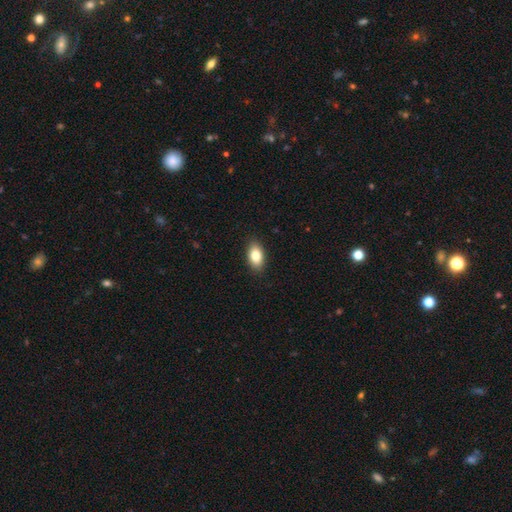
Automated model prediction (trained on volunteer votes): smooth 83%, featured or disk 10%, star or artifact 8%. Down the decision tree: how rounded — in between (91%); merging — none (88%).